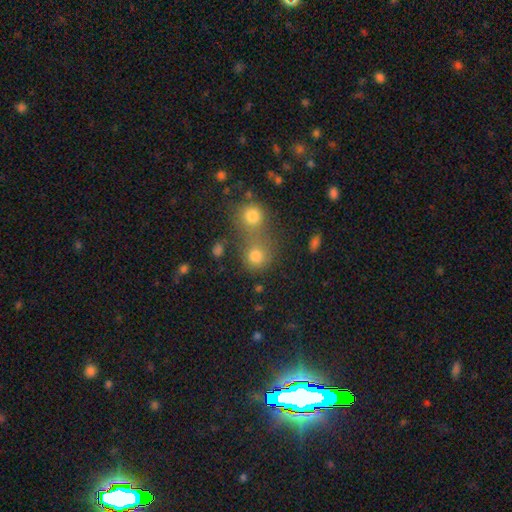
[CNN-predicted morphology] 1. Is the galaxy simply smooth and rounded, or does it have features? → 77% smooth, 14% star or artifact, 8% featured or disk.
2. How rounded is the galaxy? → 84% round, 15% in between, 1% cigar-shaped.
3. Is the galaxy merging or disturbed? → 46% merger, 42% none, 8% minor disturbance, 5% major disturbance.